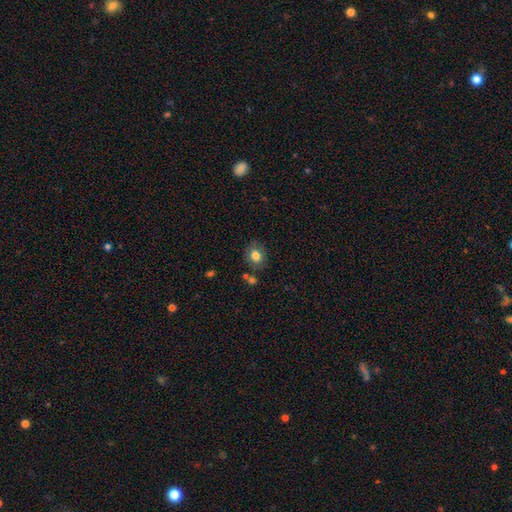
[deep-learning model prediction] Smooth or featured? Predicted: smooth (p=0.81). How rounded? Predicted: round (p=0.60). Merging? Predicted: none (p=0.75).